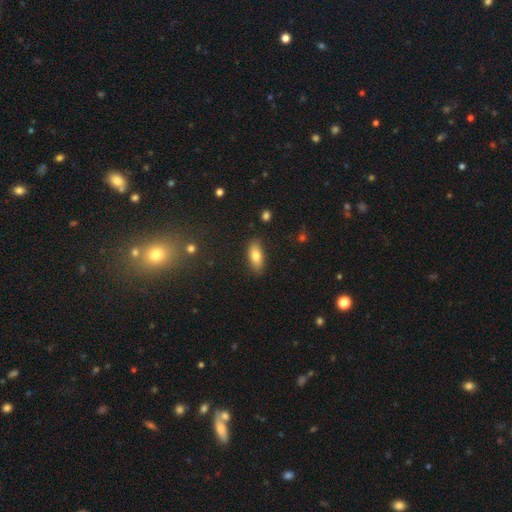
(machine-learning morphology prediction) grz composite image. It shows a smooth galaxy with no disk features (79%) that is in between round and cigar-shaped (82%). Merging: none (85%).